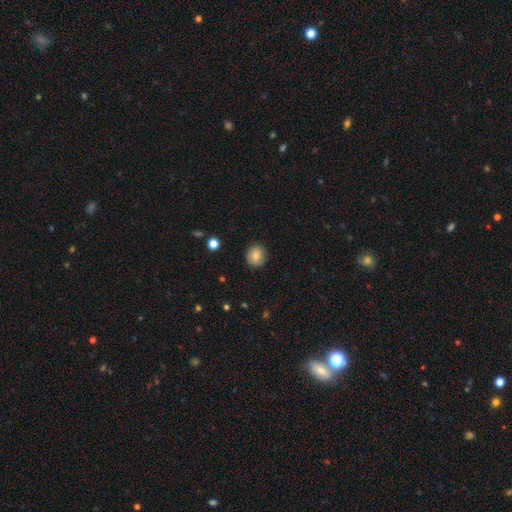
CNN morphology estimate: A smooth galaxy with no disk features (81%) that is round (85%). Merging: none (90%).